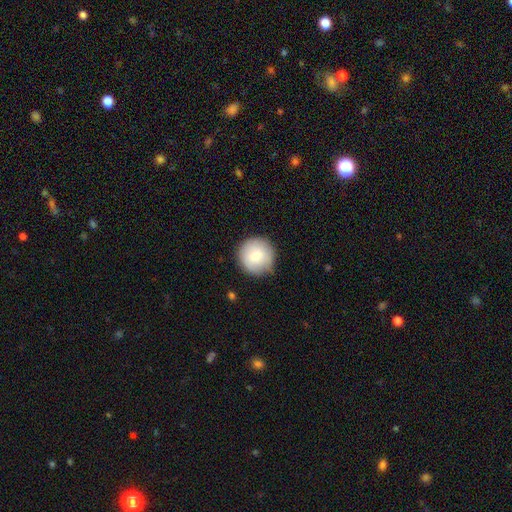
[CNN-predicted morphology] Overall: smooth (78%). How rounded: round (96%). Merging: none (83%).